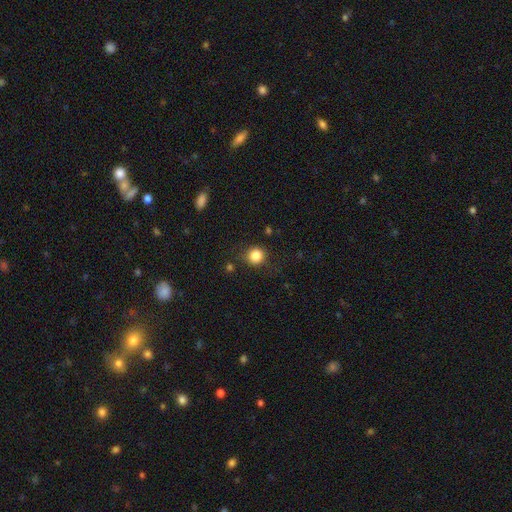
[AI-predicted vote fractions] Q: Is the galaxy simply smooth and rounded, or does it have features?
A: smooth — 84%.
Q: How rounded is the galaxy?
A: round — 88%.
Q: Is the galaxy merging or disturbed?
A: none — 82%.